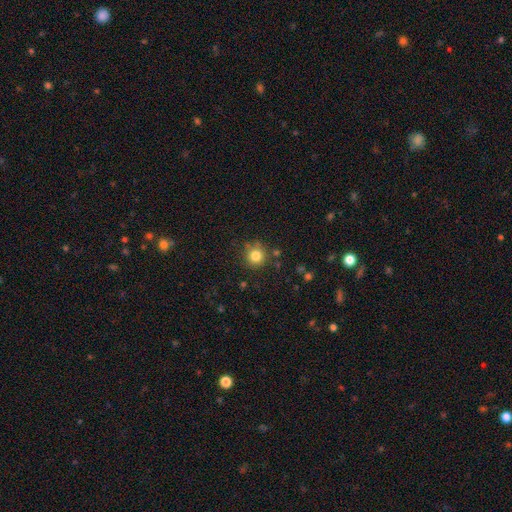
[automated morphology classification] The model was most divided on "merging": none: 81%, minor disturbance: 11%, merger: 5%, major disturbance: 3%. More confident: how rounded — round (93%); smooth or featured — smooth (82%).